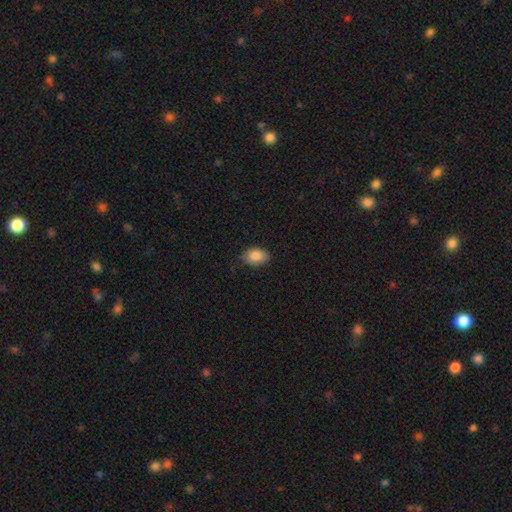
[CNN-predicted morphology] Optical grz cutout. It shows a smooth galaxy with no disk features (88%) that is in between round and cigar-shaped (87%). Merging: none (76%).